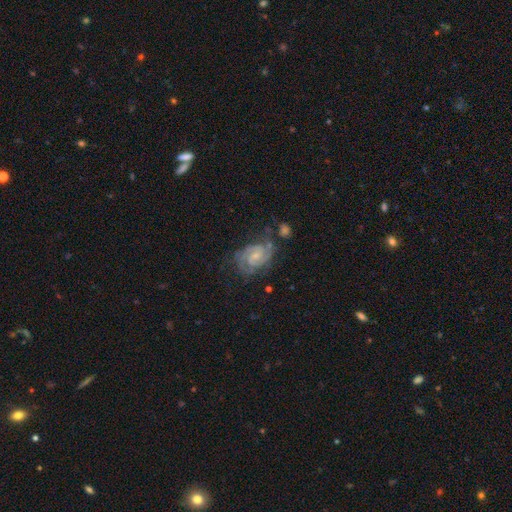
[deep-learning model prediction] The model was most divided on "bar": weak: 46%, no: 44%, strong: 10%. More confident: edge-on disk — no (98%); spiral arms — yes (96%); smooth or featured — featured or disk (84%); spiral arm count — 2 (63%); bulge size — small (61%); merging — none (59%); spiral winding — tight (56%).